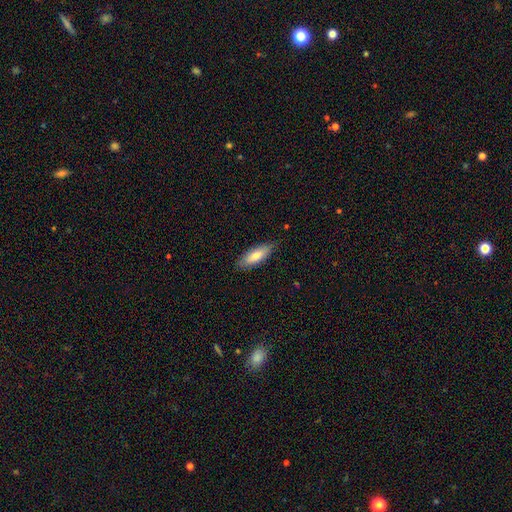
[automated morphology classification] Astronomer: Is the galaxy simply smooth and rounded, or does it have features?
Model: smooth — 77%.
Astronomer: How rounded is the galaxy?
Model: in between — 66%.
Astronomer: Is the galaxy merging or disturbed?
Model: none — 81%.